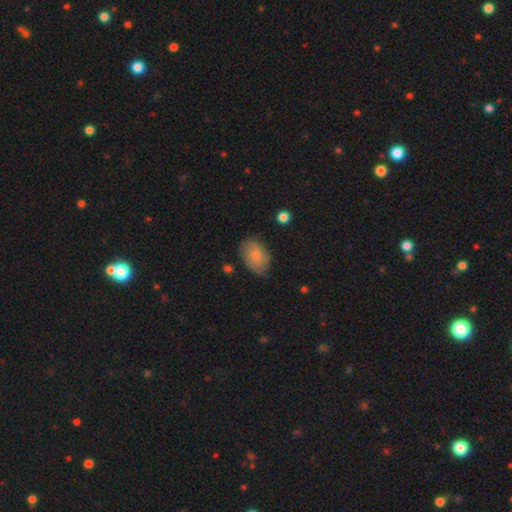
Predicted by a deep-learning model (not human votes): Smooth or featured? Predicted: smooth (p=0.79). How rounded? Predicted: in between (p=0.88). Merging? Predicted: none (p=0.73).